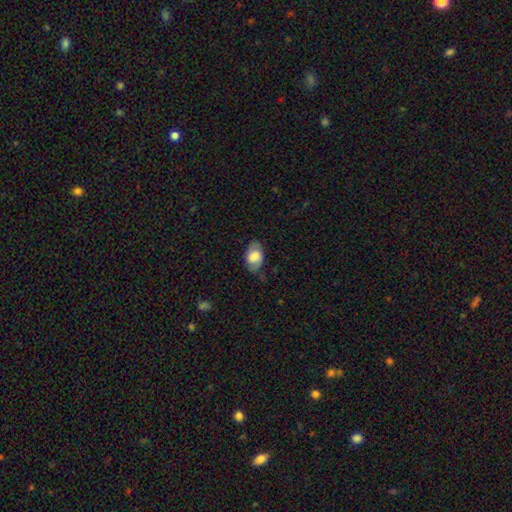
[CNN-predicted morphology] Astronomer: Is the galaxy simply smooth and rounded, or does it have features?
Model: smooth — 68%.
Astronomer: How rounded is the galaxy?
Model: in between — 89%.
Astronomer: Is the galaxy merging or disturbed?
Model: none — 70%.